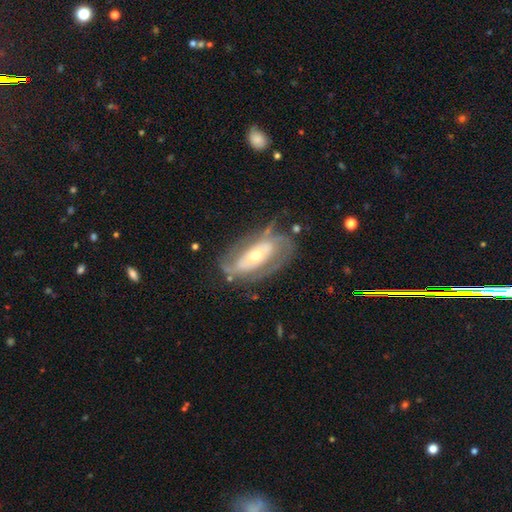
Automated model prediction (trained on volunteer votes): A featured or disk galaxy (78%) with no bar (59%), 2 (55%) tight (49%) spiral arms (78%) and a moderate central bulge (47%).

Vote fractions:
- Smooth or featured? featured or disk: 78% / smooth: 16% / star or artifact: 5%
- Edge-on disk? no: 92% / yes: 8%
- Bar? no: 59% / weak: 23% / strong: 19%
- Spiral arms? yes: 78% / no: 22%
- Spiral winding? tight: 49% / medium: 34% / loose: 16%
- Spiral arm count? 2: 55% / can't tell: 28% / 3: 7% / 1: 6% / 4: 3% / more than 4: 2%
- Bulge size? moderate: 47% / small: 46% / large: 5% / dominant: 1% / none: 1%
- Merging? none: 60% / minor disturbance: 21% / major disturbance: 16% / merger: 3%